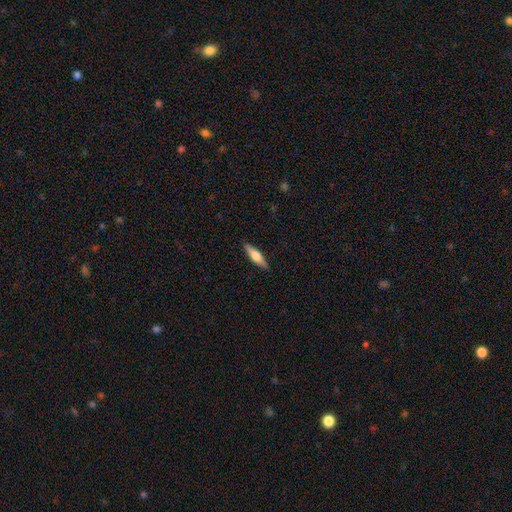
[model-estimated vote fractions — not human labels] This is possibly a smooth galaxy (51%). How rounded: likely cigar-shaped (68%). Merging: clearly none (88%).